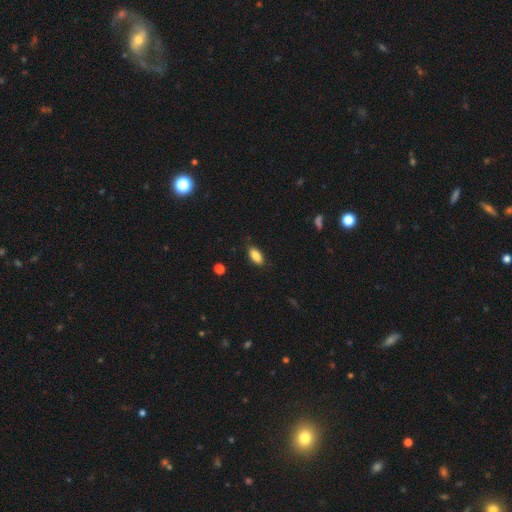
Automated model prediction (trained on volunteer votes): Smooth or featured? Predicted: smooth (p=0.86). How rounded? Predicted: in between (p=0.87). Merging? Predicted: none (p=0.84).